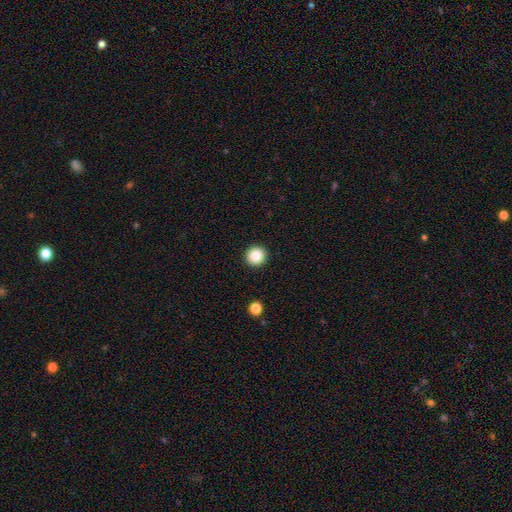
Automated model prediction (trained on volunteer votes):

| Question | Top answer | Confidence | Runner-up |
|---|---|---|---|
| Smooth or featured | smooth | 86% | star or artifact (10%) |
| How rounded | round | 95% | in between (5%) |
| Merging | none | 93% | minor disturbance (4%) |